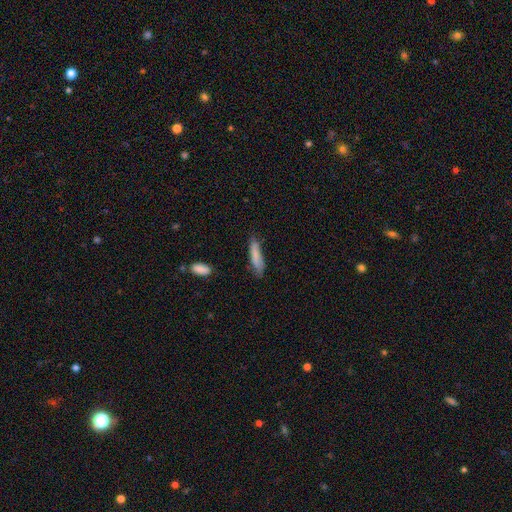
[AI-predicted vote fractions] Morphology: type=smooth (80%); roundness=cigar-shaped (79%); merging=none (75%).